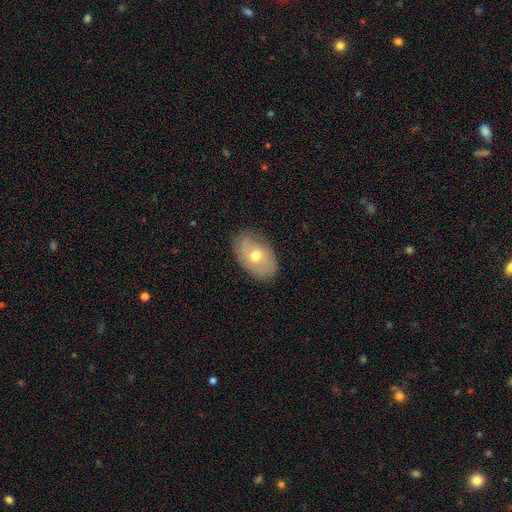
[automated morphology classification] Smooth or featured? Predicted: smooth (p=0.49). Merging? Predicted: none (p=0.80).